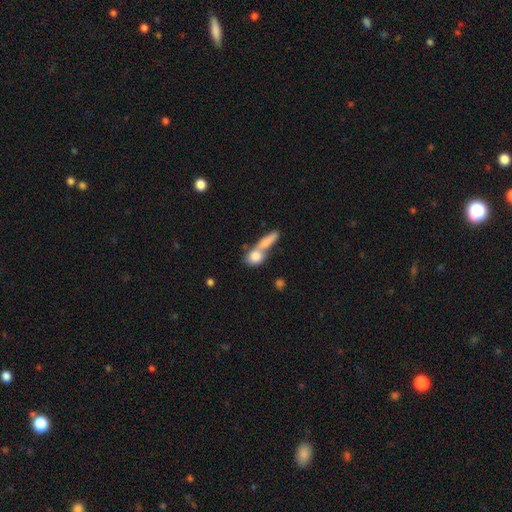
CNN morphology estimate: smooth-or-featured: smooth: 79% | featured or disk: 14% | star or artifact: 7%
  how-rounded: in between: 43% | round: 39% | cigar-shaped: 18%
  merging: merger: 58% | none: 29% | minor disturbance: 8% | major disturbance: 5%